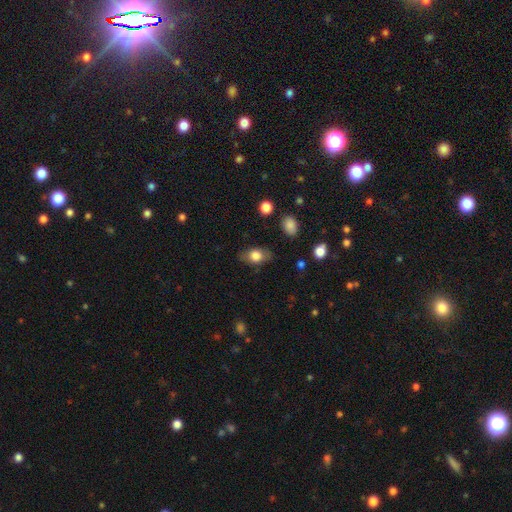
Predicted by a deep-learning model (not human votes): Smooth or featured? Predicted: smooth (p=0.75). How rounded? Predicted: in between (p=0.79). Merging? Predicted: none (p=0.78).